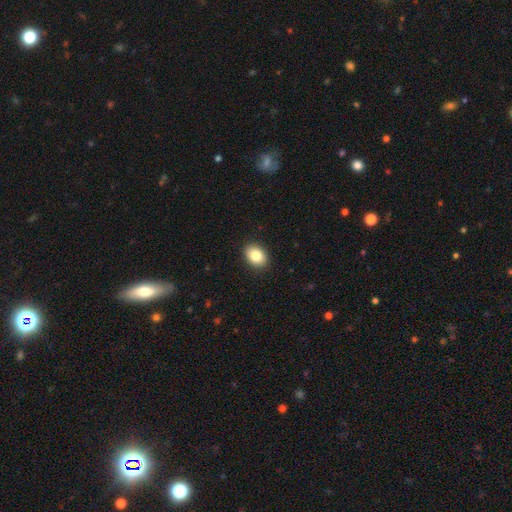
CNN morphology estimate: A smooth galaxy with no disk features (84%) that is in between round and cigar-shaped (76%).

Vote fractions:
- Smooth or featured? smooth: 84% / star or artifact: 8% / featured or disk: 8%
- How rounded? in between: 76% / round: 23% / cigar-shaped: 1%
- Merging? none: 90% / minor disturbance: 7% / major disturbance: 2% / merger: 1%